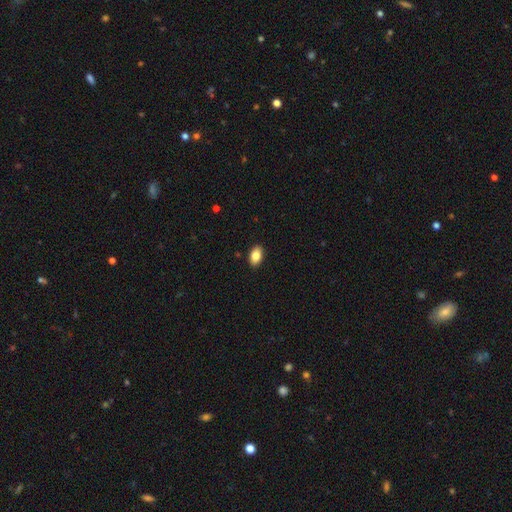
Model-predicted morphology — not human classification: Q: Smooth or featured?
A: smooth (85%); runner-up: star or artifact (8%)
Q: How rounded?
A: in between (92%); runner-up: round (7%)
Q: Merging?
A: none (90%); runner-up: minor disturbance (8%)